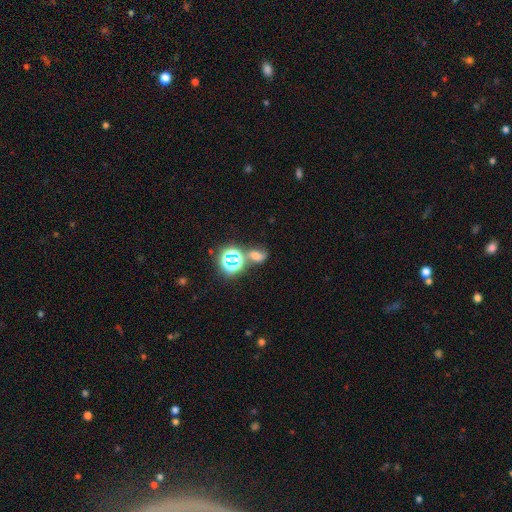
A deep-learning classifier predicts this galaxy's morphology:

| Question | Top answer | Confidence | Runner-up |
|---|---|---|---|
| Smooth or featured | smooth | 47% | star or artifact (38%) |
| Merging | none | 48% | merger (26%) |